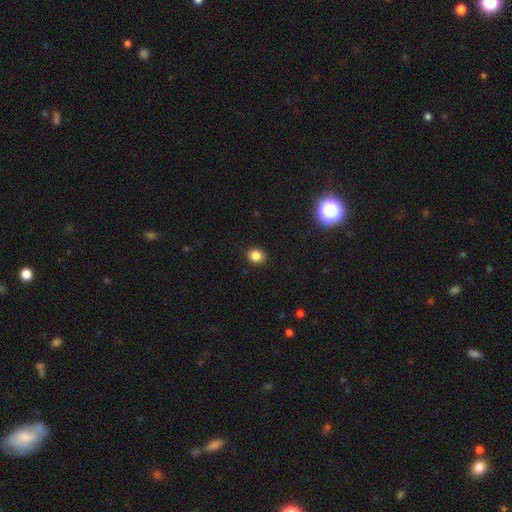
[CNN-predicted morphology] smooth_or_featured: smooth (p=0.84) [alt: star or artifact p=0.12]
how_rounded: round (p=0.71) [alt: in between p=0.28]
merging: none (p=0.89) [alt: minor disturbance p=0.08]